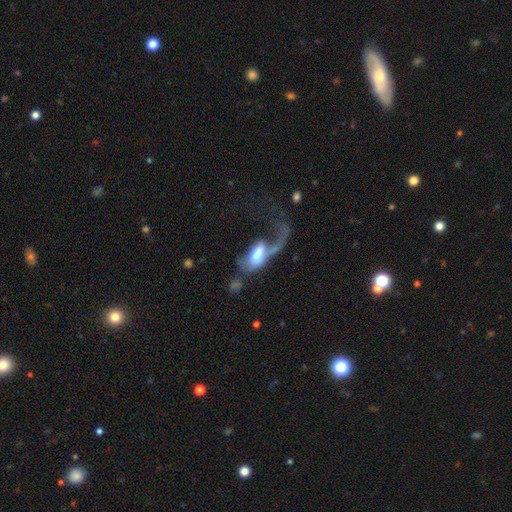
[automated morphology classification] This appears to be a smooth galaxy with no disk features (48%). Merging: major disturbance (64%).